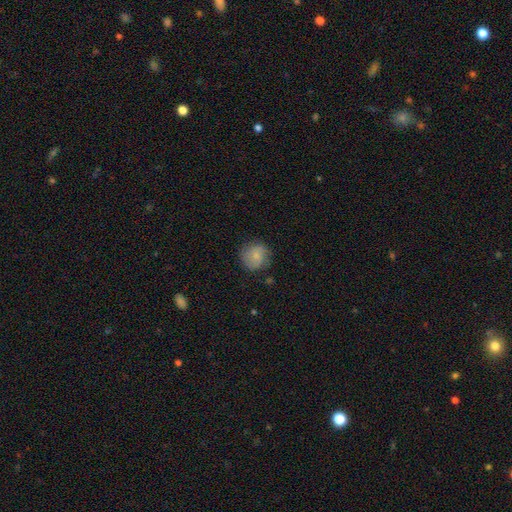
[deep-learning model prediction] smooth 79%, featured or disk 14%, star or artifact 8%. Down the decision tree: how rounded — round (89%); merging — none (77%).